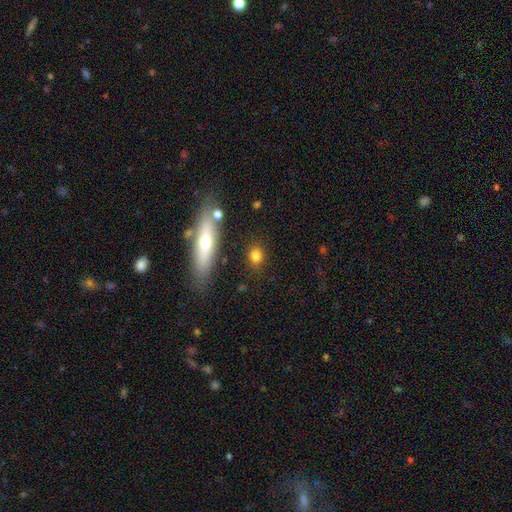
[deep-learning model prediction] This appears to be a smooth galaxy with no disk features (79%) that is round (63%). Merging: none (83%).